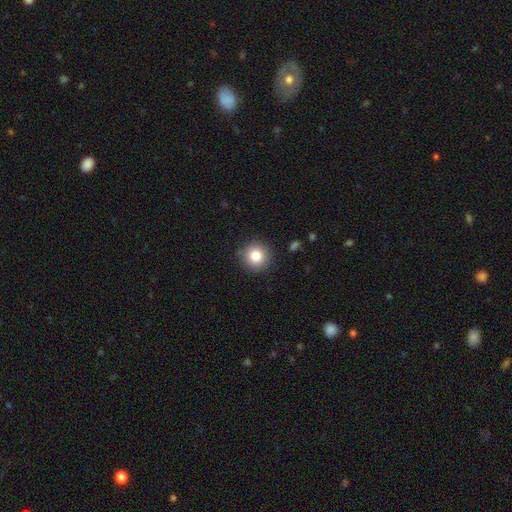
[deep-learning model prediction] This appears to be a smooth galaxy with no disk features (84%) that is round (94%). Merging: none (89%).